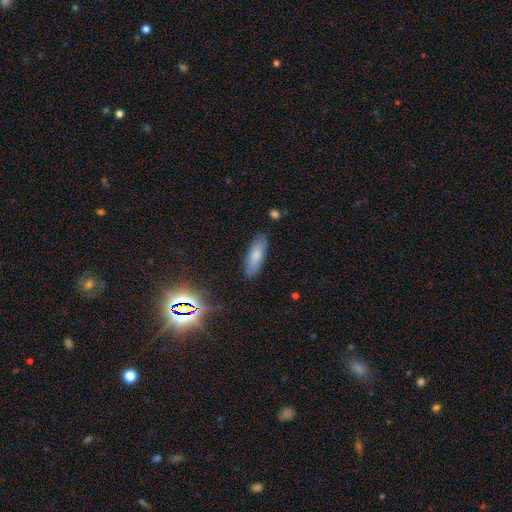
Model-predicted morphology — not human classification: Smooth or featured? Predicted: smooth (p=0.79). How rounded? Predicted: in between (p=0.60). Merging? Predicted: none (p=0.85).